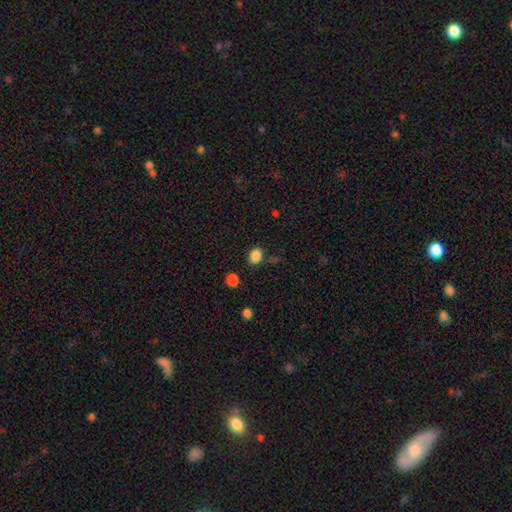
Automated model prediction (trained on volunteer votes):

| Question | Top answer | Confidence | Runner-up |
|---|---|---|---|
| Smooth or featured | smooth | 86% | star or artifact (10%) |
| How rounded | in between | 61% | round (38%) |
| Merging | none | 79% | minor disturbance (13%) |